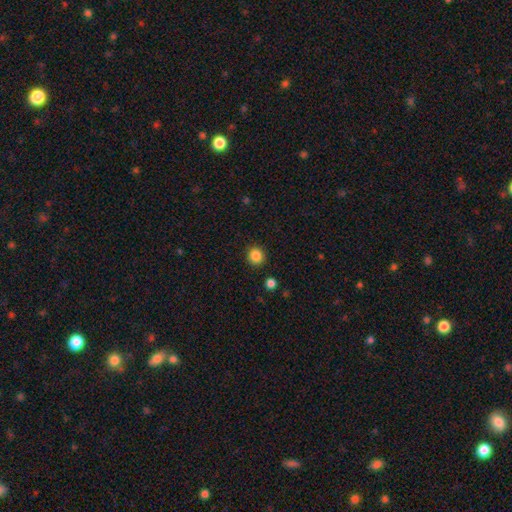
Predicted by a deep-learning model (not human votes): Q: Smooth or featured?
A: smooth (86%); runner-up: star or artifact (11%)
Q: How rounded?
A: round (91%); runner-up: in between (8%)
Q: Merging?
A: none (91%); runner-up: minor disturbance (5%)